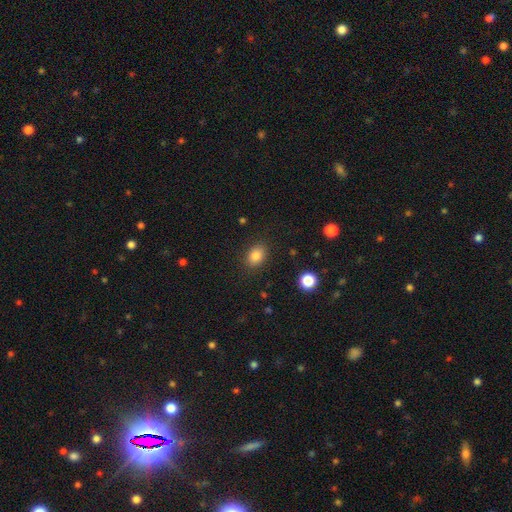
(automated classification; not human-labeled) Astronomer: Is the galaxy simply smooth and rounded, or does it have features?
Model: smooth — 84%.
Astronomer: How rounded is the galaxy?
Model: in between — 68%.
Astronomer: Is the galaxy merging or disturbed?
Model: none — 86%.